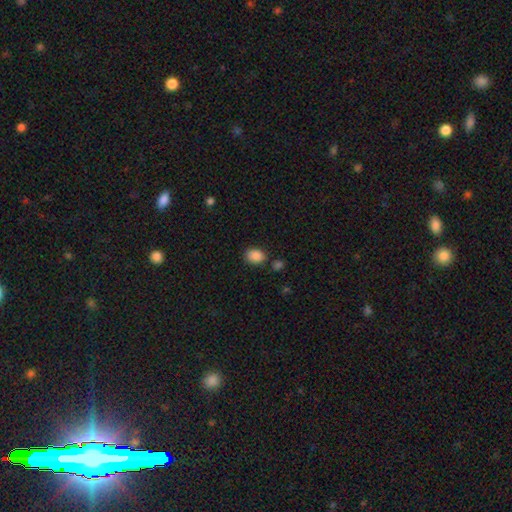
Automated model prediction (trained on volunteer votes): This is clearly a smooth galaxy (87%). How rounded: likely in between (72%). Merging: likely none (78%).